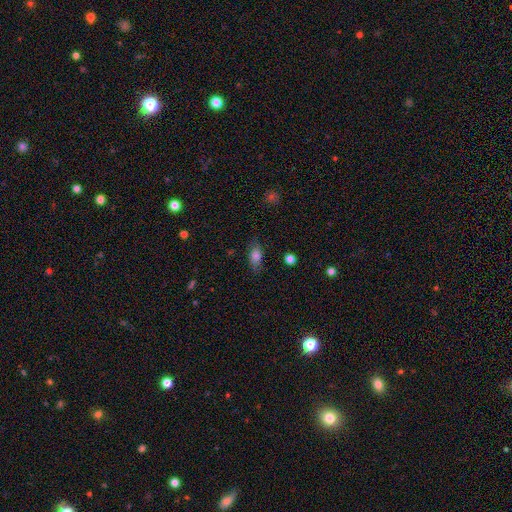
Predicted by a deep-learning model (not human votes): The model was most divided on "merging": none: 77%, minor disturbance: 17%, major disturbance: 5%, merger: 1%. More confident: how rounded — in between (81%); smooth or featured — smooth (75%).